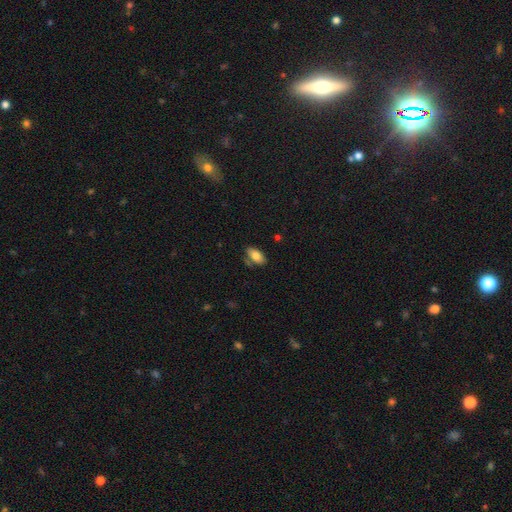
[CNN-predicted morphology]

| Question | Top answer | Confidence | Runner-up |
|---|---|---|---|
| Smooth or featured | smooth | 80% | featured or disk (13%) |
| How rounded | in between | 92% | cigar-shaped (4%) |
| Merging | none | 71% | minor disturbance (18%) |